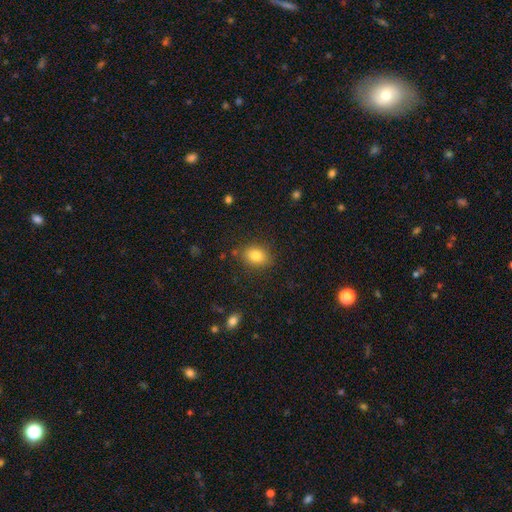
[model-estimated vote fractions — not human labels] smooth_or_featured: smooth (p=0.82) [alt: star or artifact p=0.10]
how_rounded: in between (p=0.59) [alt: round p=0.40]
merging: none (p=0.83) [alt: minor disturbance p=0.12]